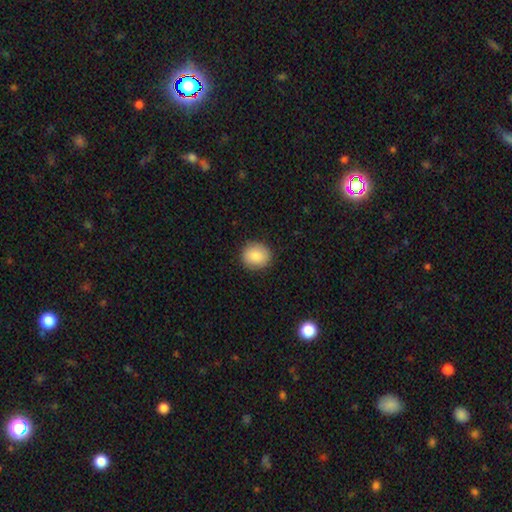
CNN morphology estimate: The model was most divided on "how rounded": round: 77%, in between: 22%, cigar-shaped: 1%. More confident: merging — none (90%); smooth or featured — smooth (87%).